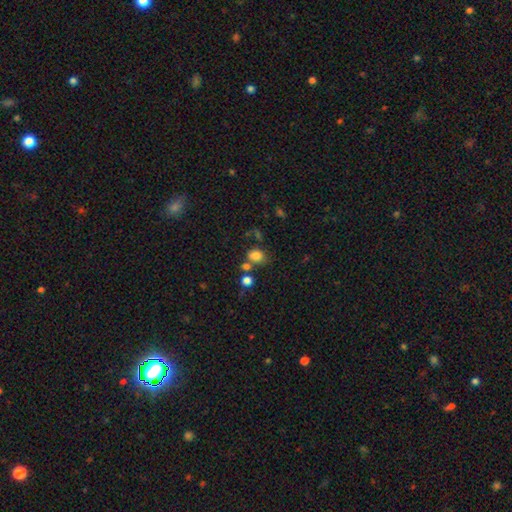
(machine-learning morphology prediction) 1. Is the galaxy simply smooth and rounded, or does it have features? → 79% smooth, 13% star or artifact, 8% featured or disk.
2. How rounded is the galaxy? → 51% round, 48% in between, 1% cigar-shaped.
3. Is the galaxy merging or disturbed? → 58% none, 21% merger, 14% minor disturbance, 7% major disturbance.